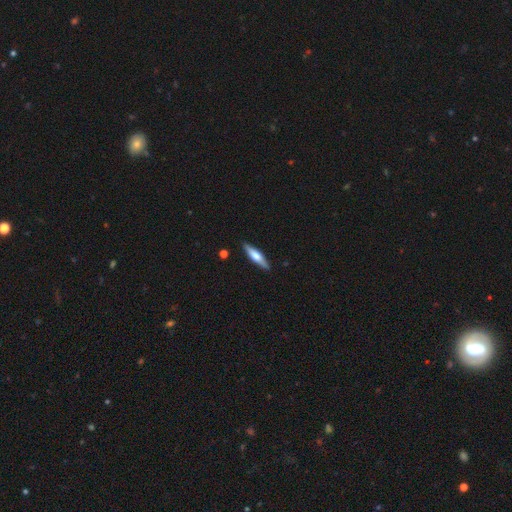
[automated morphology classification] The model was most divided on "smooth or featured": smooth: 48%, featured or disk: 47%, star or artifact: 6%. More confident: merging — none (89%).